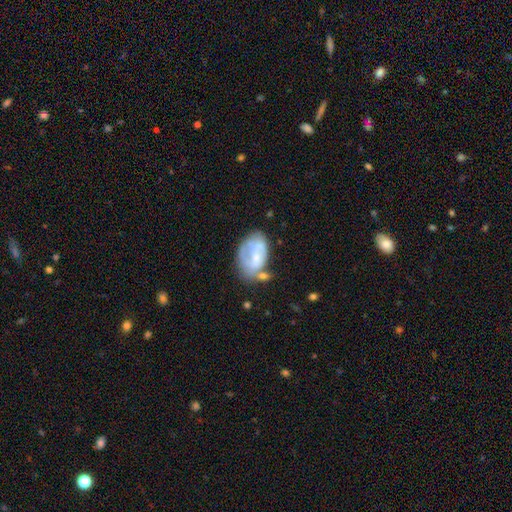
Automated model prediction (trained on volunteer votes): This appears to be a featured or disk galaxy (53%) with no bar (61%), no spiral arms (52%) and a small central bulge (48%). Merging: none (38%).